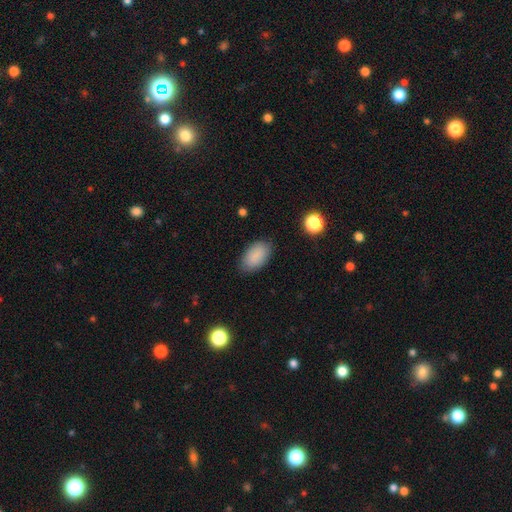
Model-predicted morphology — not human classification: Overall: smooth (89%). How rounded: in between (94%). Merging: none (83%).